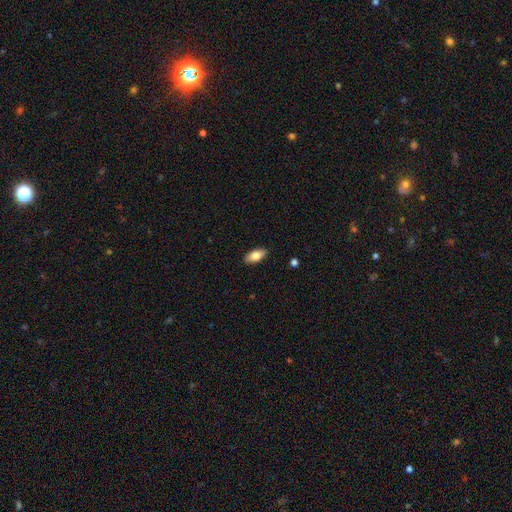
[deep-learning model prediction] Smooth or featured: smooth — 80% (featured or disk — 14%)
How rounded: in between — 90% (cigar-shaped — 7%)
Merging: none — 90% (minor disturbance — 8%)